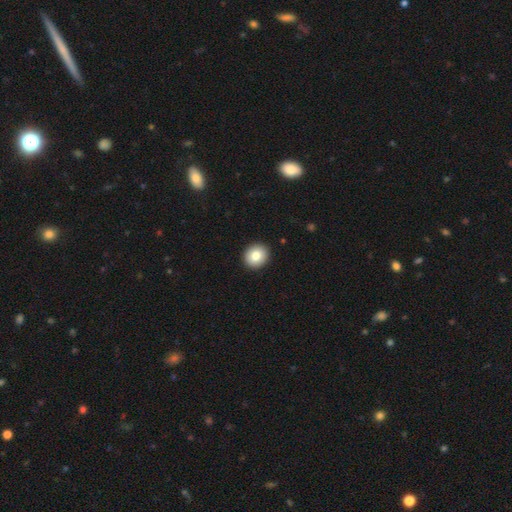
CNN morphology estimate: A smooth galaxy with no disk features (81%) that is round (81%). Merging: none (92%).